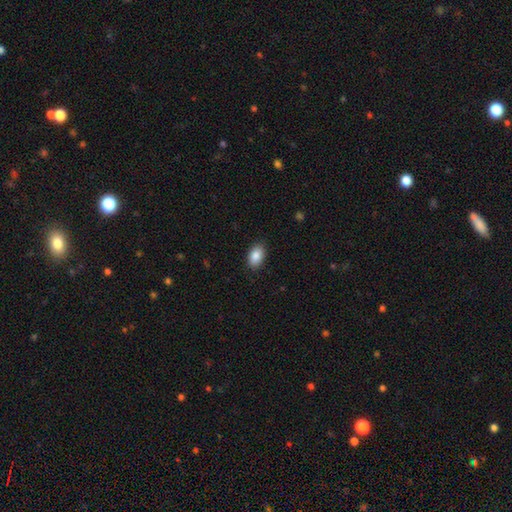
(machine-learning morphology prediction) This appears to be a smooth galaxy with no disk features (88%) that is in between round and cigar-shaped (91%). Merging: none (88%).